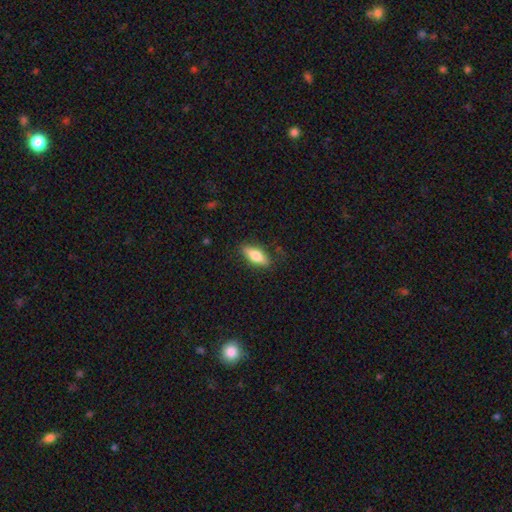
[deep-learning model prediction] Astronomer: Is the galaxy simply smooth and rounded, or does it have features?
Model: smooth — 73%.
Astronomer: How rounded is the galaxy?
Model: in between — 69%.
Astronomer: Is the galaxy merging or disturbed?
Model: none — 83%.